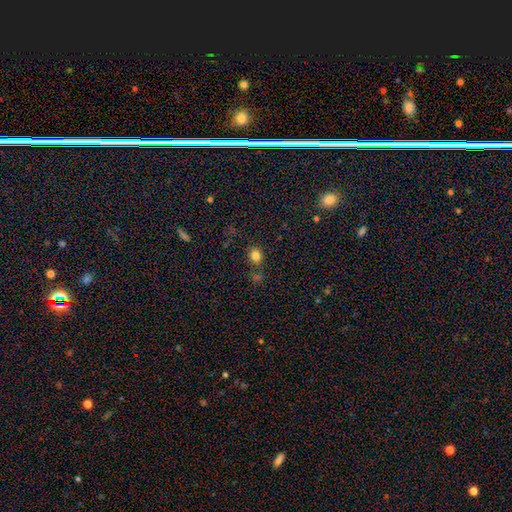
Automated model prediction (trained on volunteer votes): Smooth or featured? Predicted: smooth (p=0.81). How rounded? Predicted: round (p=0.67). Merging? Predicted: none (p=0.77).